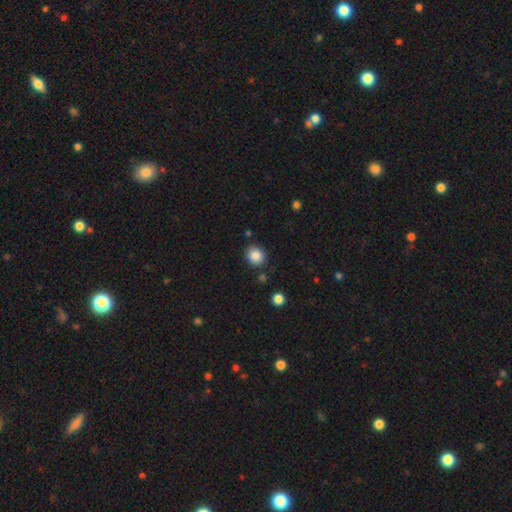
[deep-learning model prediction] Morphology: type=smooth (86%); roundness=round (79%); merging=none (84%).